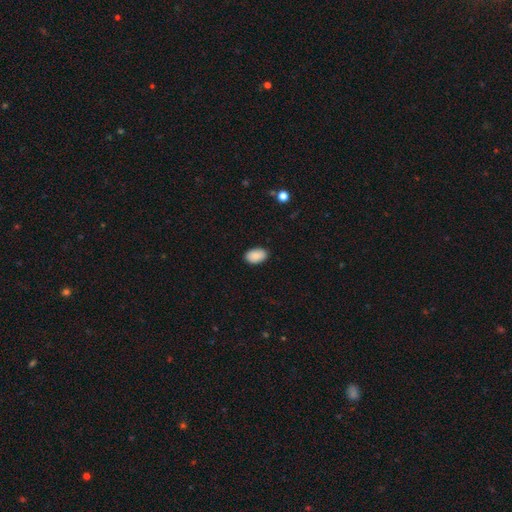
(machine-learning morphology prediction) The model was most divided on "merging": none: 88%, minor disturbance: 9%, major disturbance: 2%, merger: 1%. More confident: how rounded — in between (91%); smooth or featured — smooth (88%).